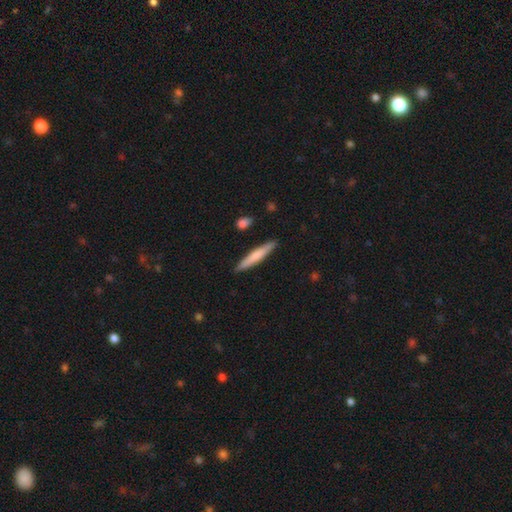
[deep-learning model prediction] Smooth or featured: smooth — 64% (featured or disk — 30%)
How rounded: cigar-shaped — 94% (in between — 5%)
Merging: none — 89% (minor disturbance — 8%)